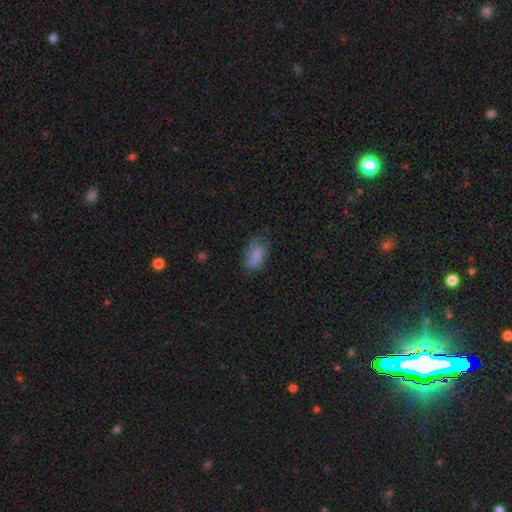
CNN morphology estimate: smooth_or_featured: smooth (p=0.69) [alt: featured or disk p=0.21]
how_rounded: in between (p=0.89) [alt: round p=0.08]
merging: none (p=0.51) [alt: minor disturbance p=0.29]